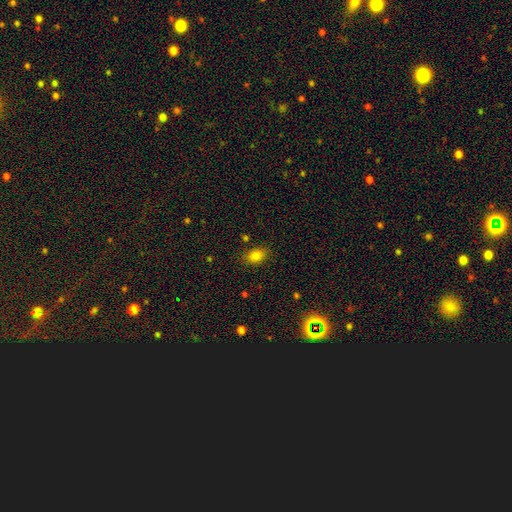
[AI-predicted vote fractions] Smooth or featured: smooth — 82% (star or artifact — 13%)
How rounded: in between — 78% (round — 20%)
Merging: none — 83% (minor disturbance — 12%)